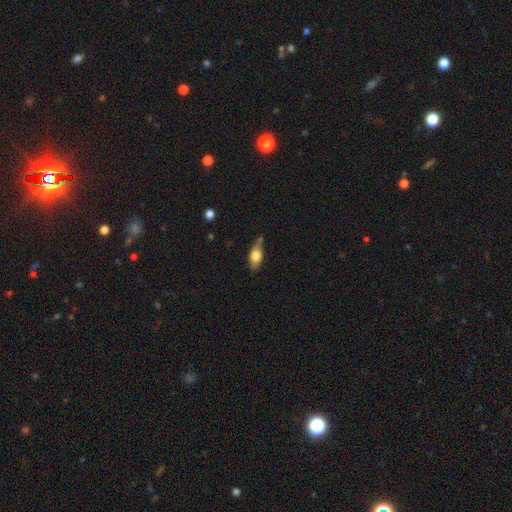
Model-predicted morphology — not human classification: Smooth or featured? smooth (72%)
How rounded? in between (83%)
Merging? none (63%)